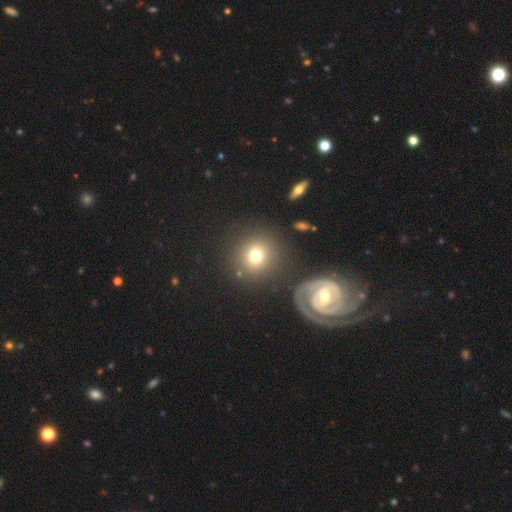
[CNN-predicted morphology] Smooth or featured? Predicted: smooth (p=0.72). How rounded? Predicted: round (p=0.89). Merging? Predicted: none (p=0.80).